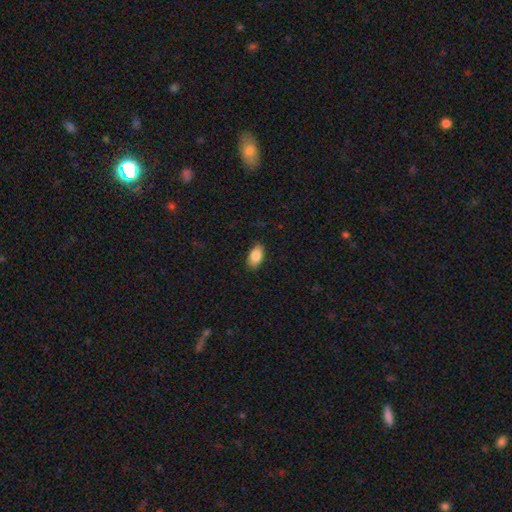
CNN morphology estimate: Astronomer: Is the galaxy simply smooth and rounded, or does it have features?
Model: smooth — 86%.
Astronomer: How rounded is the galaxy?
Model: in between — 93%.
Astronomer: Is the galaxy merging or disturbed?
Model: none — 87%.